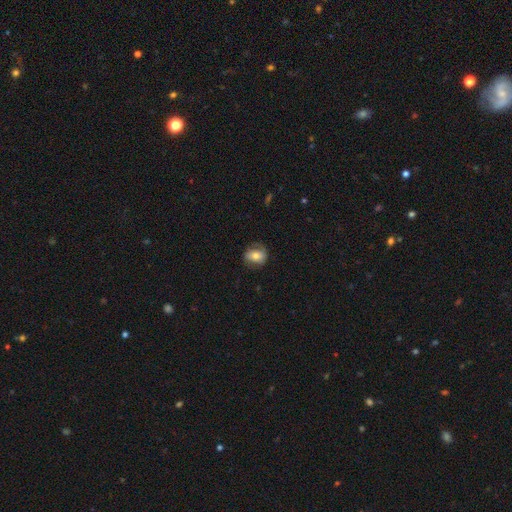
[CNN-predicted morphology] Overall: smooth (64%; featured or disk 27%). How rounded: in between (56%; round 43%). Merging: none (65%).